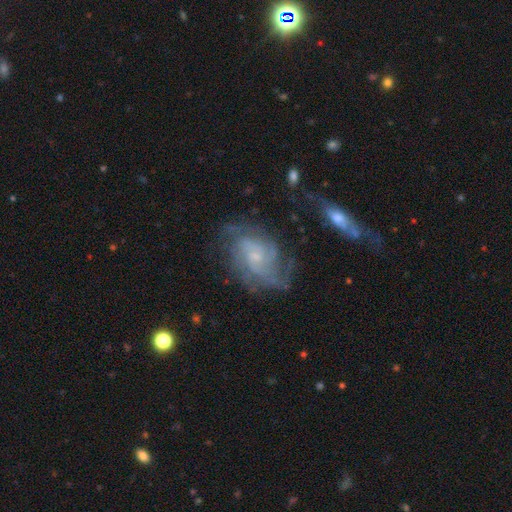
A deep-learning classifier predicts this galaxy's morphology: A featured or disk galaxy (82%) with no bar (65%), tight (50%) spiral arms (94%) and a small central bulge (69%).

Vote fractions:
- Smooth or featured? featured or disk: 82% / smooth: 11% / star or artifact: 7%
- Edge-on disk? no: 96% / yes: 4%
- Bar? no: 65% / weak: 31% / strong: 5%
- Spiral arms? yes: 94% / no: 6%
- Spiral winding? tight: 50% / medium: 38% / loose: 12%
- Spiral arm count? can't tell: 33% / 2: 23% / 3: 20% / 4: 12% / more than 4: 6% / 1: 6%
- Bulge size? small: 69% / moderate: 20% / none: 8% / large: 2% / dominant: 1%
- Merging? none: 64% / minor disturbance: 20% / major disturbance: 12% / merger: 3%